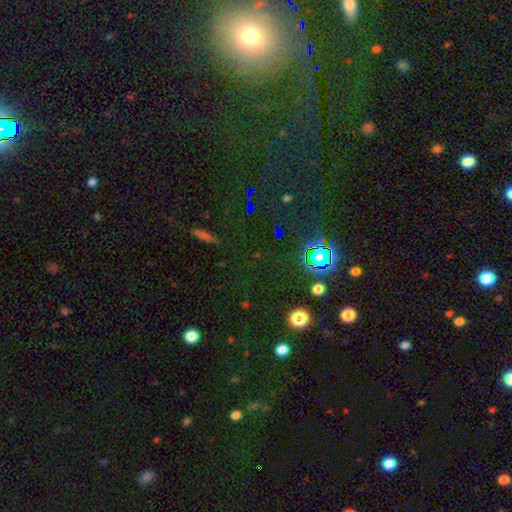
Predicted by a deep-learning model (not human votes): smooth_or_featured: star or artifact (p=0.71) [alt: smooth p=0.18]